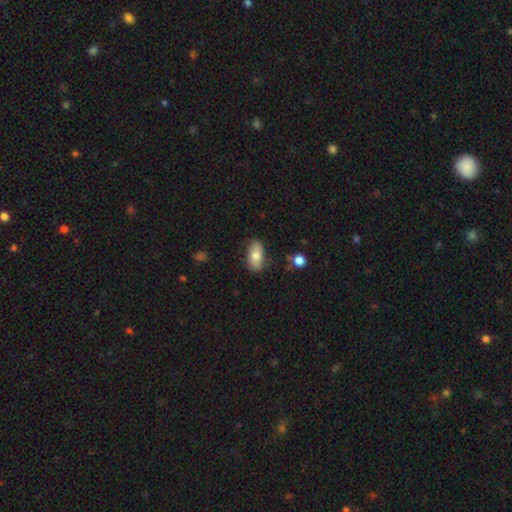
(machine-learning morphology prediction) type=smooth (74%); roundness=in between (90%); merging=none (77%).